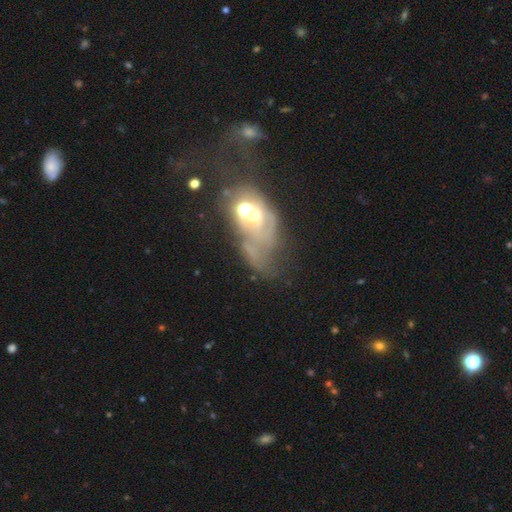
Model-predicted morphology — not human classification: Overall: featured or disk (56%; smooth 26%). Edge-on disk: no (93%). Bar: no (81%). Spiral arms: no (71%). Bulge size: moderate (53%; small 22%). Merging: merger (35%; major disturbance 34%).